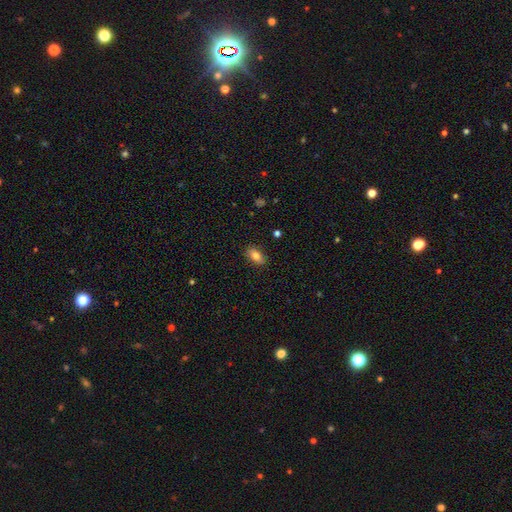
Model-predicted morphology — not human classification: Smooth or featured? smooth (81%)
How rounded? in between (90%)
Merging? none (87%)